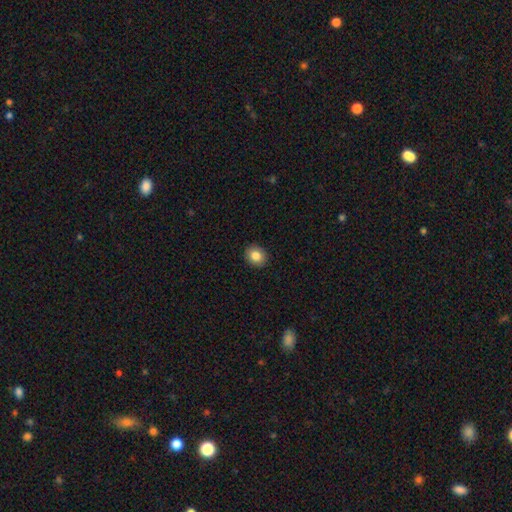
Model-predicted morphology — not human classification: Smooth or featured? smooth (85%)
How rounded? round (70%)
Merging? none (92%)